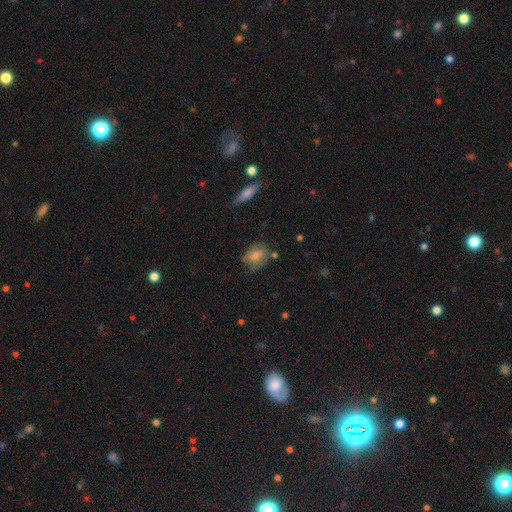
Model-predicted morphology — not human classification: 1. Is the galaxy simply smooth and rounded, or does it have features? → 71% smooth, 21% featured or disk, 9% star or artifact.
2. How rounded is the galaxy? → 66% in between, 31% round, 2% cigar-shaped.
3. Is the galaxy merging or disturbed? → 60% none, 26% minor disturbance, 10% major disturbance, 4% merger.